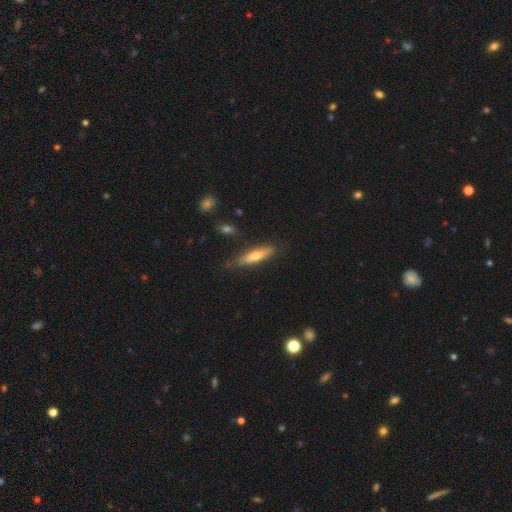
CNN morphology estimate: Smooth or featured?
  - smooth: 57% *
  - featured or disk: 37%
  - star or artifact: 6%
How rounded?
  - cigar-shaped: 72% *
  - in between: 26%
  - round: 2%
Merging?
  - none: 75% *
  - minor disturbance: 19%
  - major disturbance: 4%
  - merger: 2%